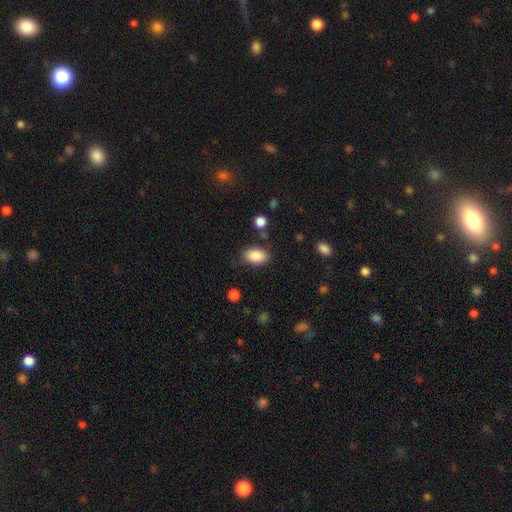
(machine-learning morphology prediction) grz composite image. It shows a smooth galaxy with no disk features (88%) that is in between round and cigar-shaped (91%). Merging: none (80%).